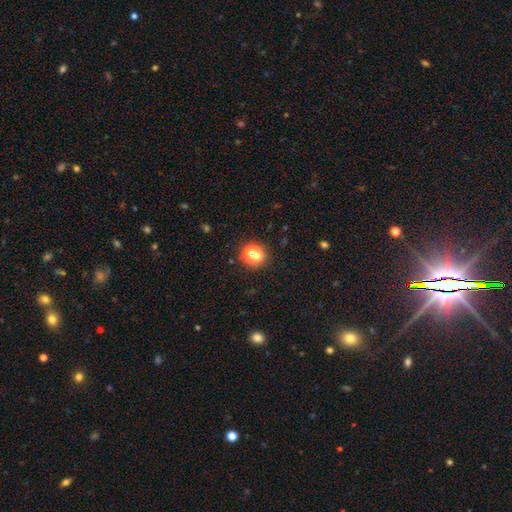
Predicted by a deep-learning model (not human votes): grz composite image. It shows a smooth galaxy with no disk features (58%) that is round (79%). Merging: none (77%).